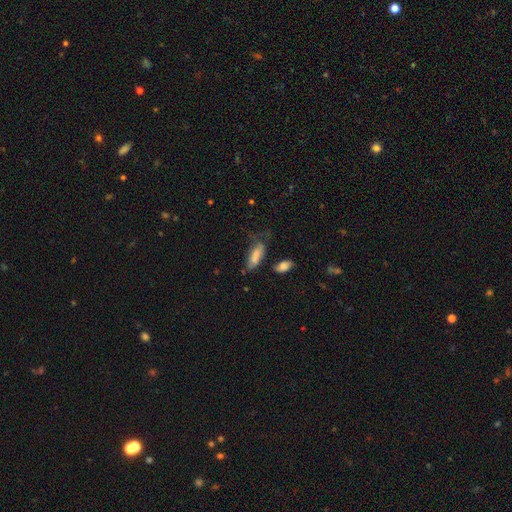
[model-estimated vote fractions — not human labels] Overall: smooth (74%). How rounded: in between (73%). Merging: none (38%; minor disturbance 32%).